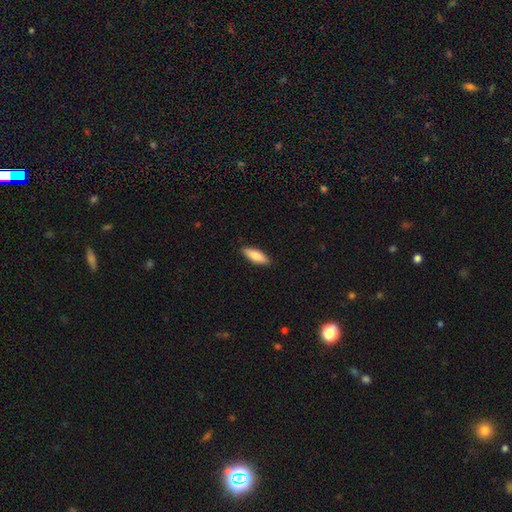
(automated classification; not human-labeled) A smooth galaxy with no disk features (86%) that is in between round and cigar-shaped (62%).

Vote fractions:
- Smooth or featured? smooth: 86% / featured or disk: 9% / star or artifact: 5%
- How rounded? in between: 62% / cigar-shaped: 36% / round: 2%
- Merging? none: 89% / minor disturbance: 8% / major disturbance: 2% / merger: 1%